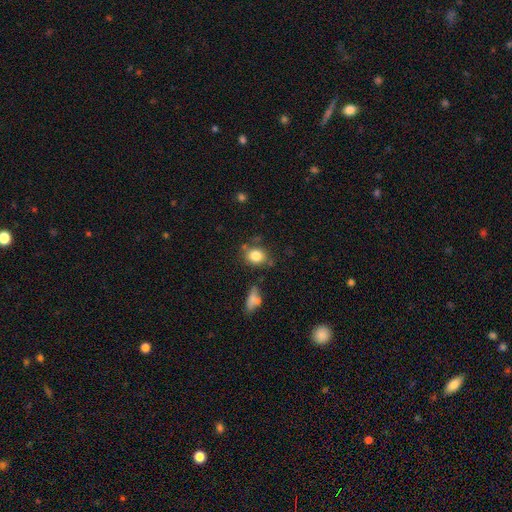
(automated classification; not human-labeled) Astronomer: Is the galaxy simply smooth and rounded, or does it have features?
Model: smooth — 83%.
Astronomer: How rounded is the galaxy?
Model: round — 59% (runner-up: in between, 39%).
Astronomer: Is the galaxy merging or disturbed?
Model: none — 72%.